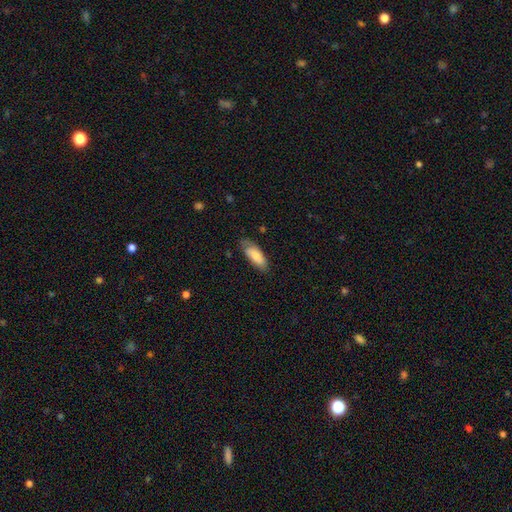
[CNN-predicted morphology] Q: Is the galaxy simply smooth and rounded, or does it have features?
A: smooth — 80%.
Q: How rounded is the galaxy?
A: in between — 75%.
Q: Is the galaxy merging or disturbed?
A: none — 66%.